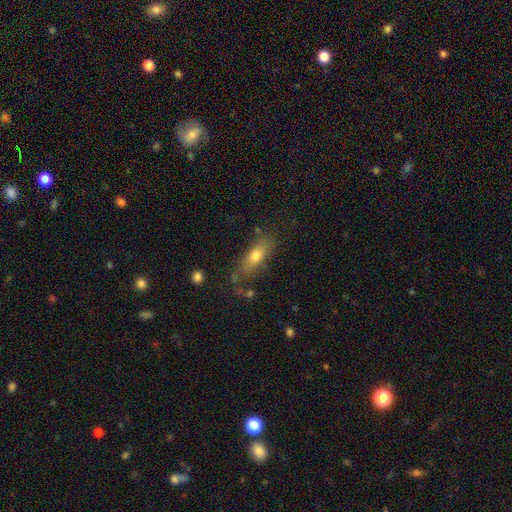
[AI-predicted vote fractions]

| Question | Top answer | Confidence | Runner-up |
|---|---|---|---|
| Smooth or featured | smooth | 67% | featured or disk (24%) |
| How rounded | in between | 66% | cigar-shaped (30%) |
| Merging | none | 64% | minor disturbance (21%) |